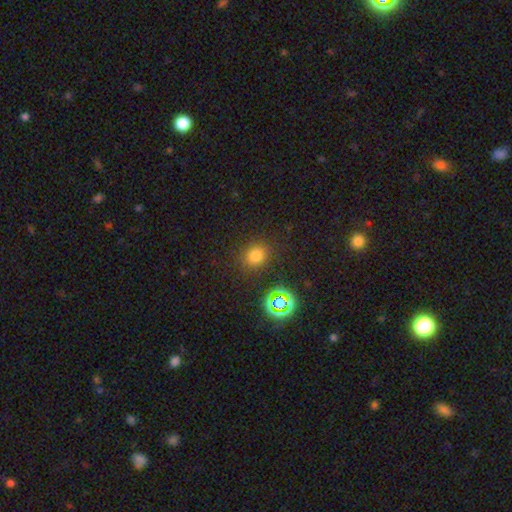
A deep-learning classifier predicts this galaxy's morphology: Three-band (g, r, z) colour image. It shows a smooth galaxy with no disk features (71%) that is round (66%). Merging: none (85%).